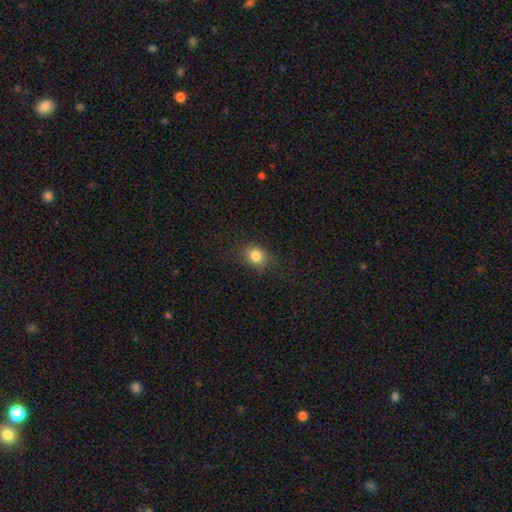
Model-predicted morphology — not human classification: A smooth galaxy with no disk features (82%) that is round (69%). Merging: none (78%).